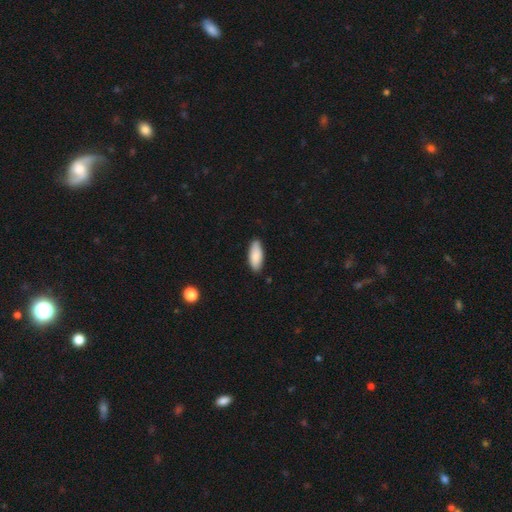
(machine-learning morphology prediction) A smooth galaxy with no disk features (88%) that is in between round and cigar-shaped (78%).

Vote fractions:
- Smooth or featured? smooth: 88% / featured or disk: 6% / star or artifact: 6%
- How rounded? in between: 78% / cigar-shaped: 21% / round: 2%
- Merging? none: 86% / minor disturbance: 11% / major disturbance: 2% / merger: 1%